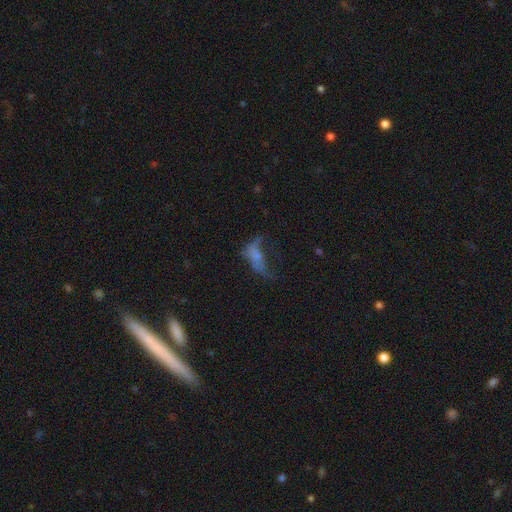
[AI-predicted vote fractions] A smooth galaxy with no disk features (47%). Merging: major disturbance (50%).